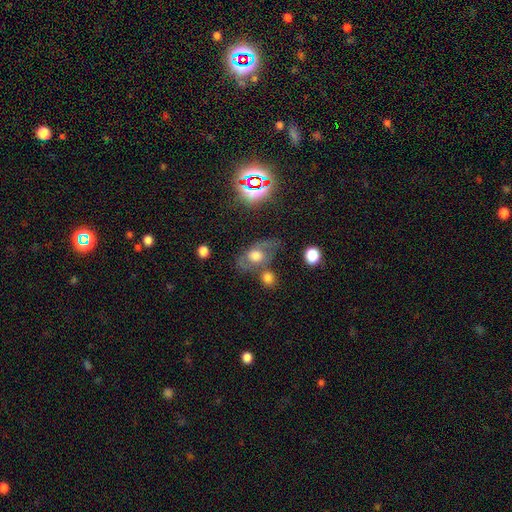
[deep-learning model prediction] This is possibly a smooth galaxy (46%). Merging: possibly none (51%).